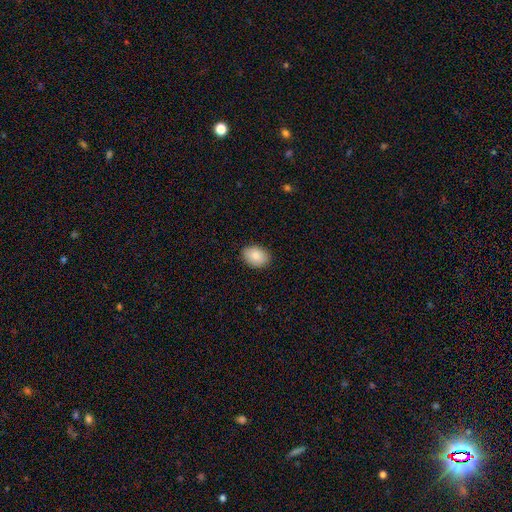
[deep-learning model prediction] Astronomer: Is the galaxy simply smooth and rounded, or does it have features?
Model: smooth — 84%.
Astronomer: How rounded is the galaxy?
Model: in between — 76%.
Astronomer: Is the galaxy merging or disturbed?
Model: none — 87%.